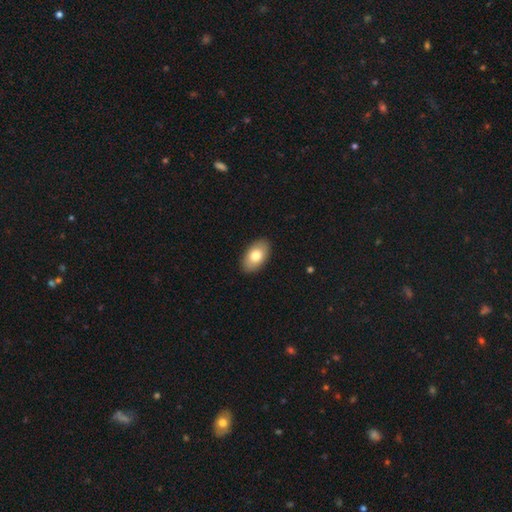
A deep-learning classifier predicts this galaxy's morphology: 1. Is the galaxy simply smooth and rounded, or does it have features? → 77% smooth, 16% featured or disk, 6% star or artifact.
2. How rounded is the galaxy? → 94% in between, 5% round, 1% cigar-shaped.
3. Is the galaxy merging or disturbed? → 90% none, 8% minor disturbance, 2% major disturbance, 1% merger.